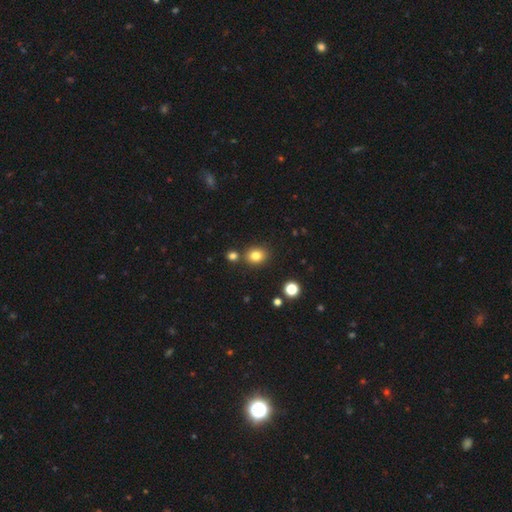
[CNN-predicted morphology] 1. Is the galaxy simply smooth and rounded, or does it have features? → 81% smooth, 13% star or artifact, 6% featured or disk.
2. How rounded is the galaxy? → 64% round, 35% in between, 1% cigar-shaped.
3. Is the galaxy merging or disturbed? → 80% none, 9% minor disturbance, 9% merger, 3% major disturbance.